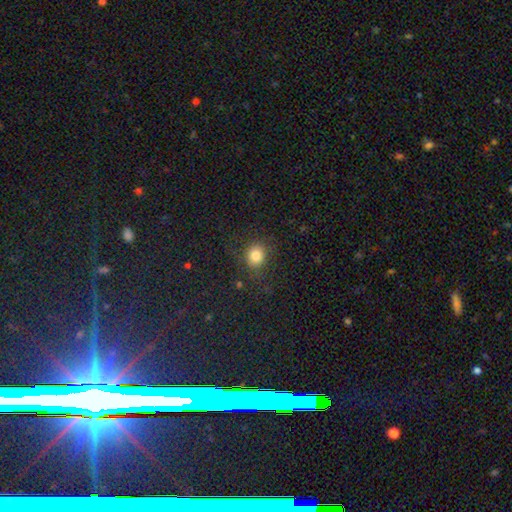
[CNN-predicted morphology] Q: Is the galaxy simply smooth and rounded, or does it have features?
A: smooth — 81%.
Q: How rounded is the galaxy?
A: round — 75%.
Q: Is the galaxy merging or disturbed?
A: none — 81%.